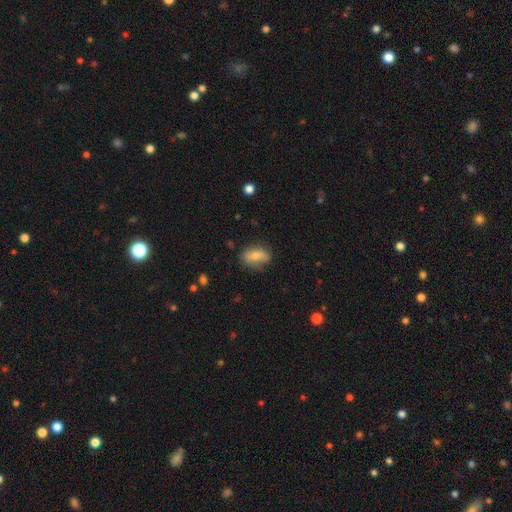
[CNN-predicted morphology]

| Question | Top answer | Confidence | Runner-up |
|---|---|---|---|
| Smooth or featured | smooth | 72% | featured or disk (20%) |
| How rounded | in between | 84% | round (10%) |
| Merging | none | 71% | minor disturbance (22%) |